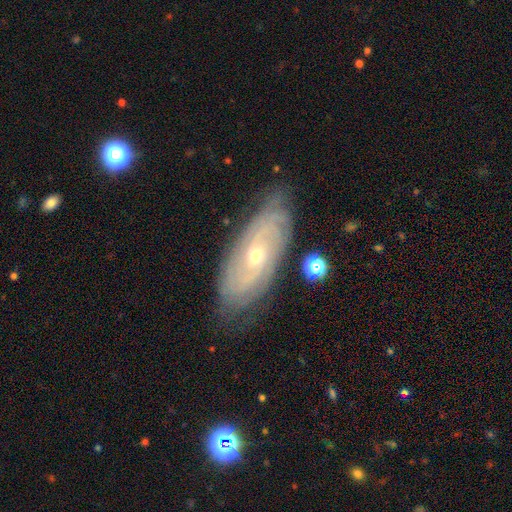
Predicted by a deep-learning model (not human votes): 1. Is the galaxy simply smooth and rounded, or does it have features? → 79% featured or disk, 14% smooth, 7% star or artifact.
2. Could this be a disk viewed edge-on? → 89% no, 11% yes.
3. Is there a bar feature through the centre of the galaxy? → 74% no, 20% weak, 5% strong.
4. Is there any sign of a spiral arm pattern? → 90% yes, 10% no.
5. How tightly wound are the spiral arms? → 74% tight, 20% medium, 6% loose.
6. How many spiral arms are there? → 49% can't tell, 21% 2, 11% 3, 9% 4, 5% more than 4, 4% 1.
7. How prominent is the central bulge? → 65% small, 32% moderate, 1% large, 1% none, 1% dominant.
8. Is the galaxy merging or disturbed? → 79% none, 16% minor disturbance, 4% major disturbance, 2% merger.